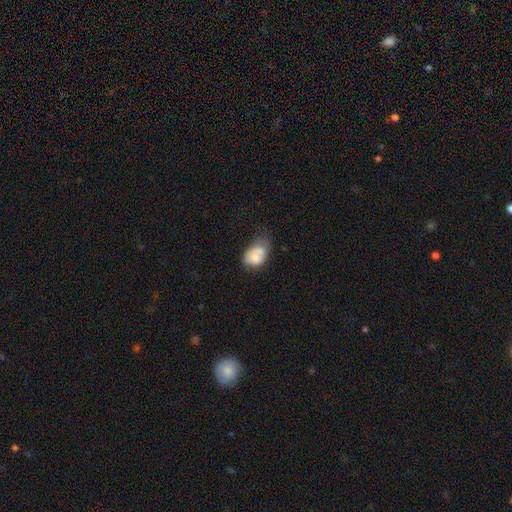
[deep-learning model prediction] Smooth or featured? Predicted: smooth (p=0.72). How rounded? Predicted: in between (p=0.77). Merging? Predicted: minor disturbance (p=0.32).